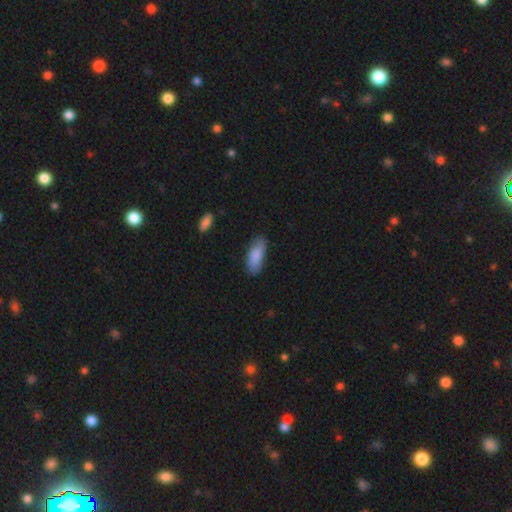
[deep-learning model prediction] Morphology: type=smooth (85%); roundness=in between (81%); merging=none (79%).